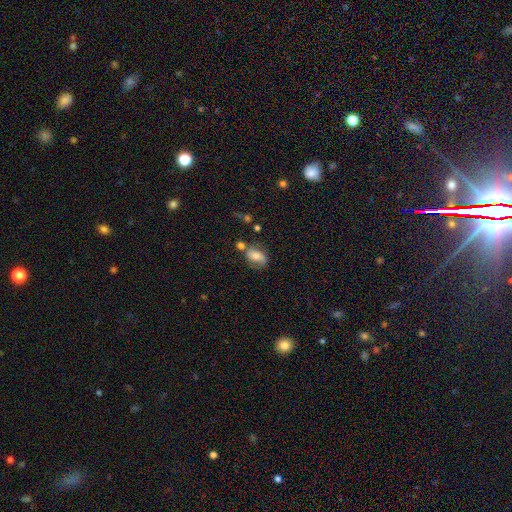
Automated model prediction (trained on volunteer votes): Q: Smooth or featured?
A: smooth (60%); runner-up: featured or disk (30%)
Q: How rounded?
A: in between (81%); runner-up: round (16%)
Q: Merging?
A: none (55%); runner-up: minor disturbance (22%)